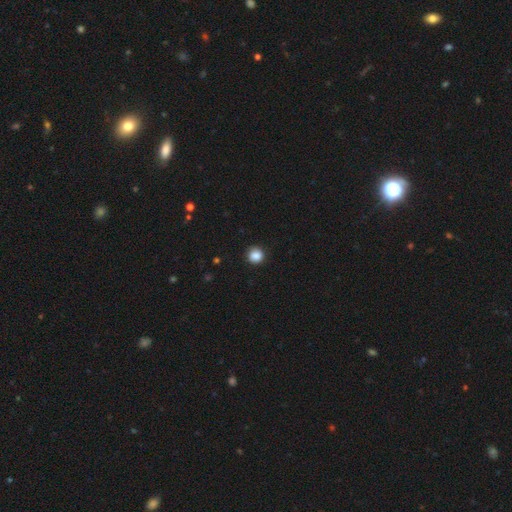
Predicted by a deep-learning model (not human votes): smooth-or-featured: smooth: 86% | star or artifact: 10% | featured or disk: 4%
  how-rounded: round: 92% | in between: 7% | cigar-shaped: 1%
  merging: none: 88% | minor disturbance: 9% | major disturbance: 2% | merger: 1%